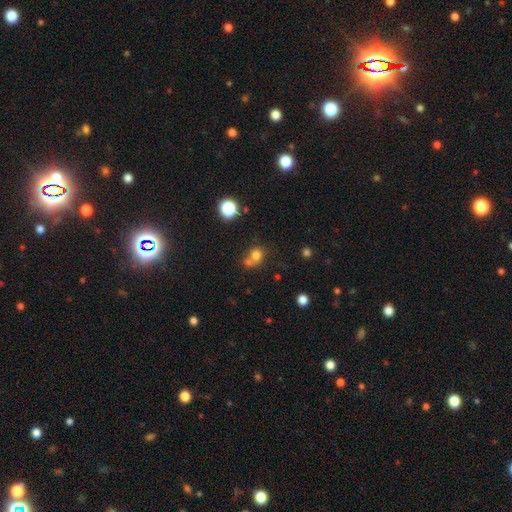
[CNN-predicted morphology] A smooth galaxy with no disk features (75%) that is round (72%).

Vote fractions:
- Smooth or featured? smooth: 75% / star or artifact: 15% / featured or disk: 10%
- How rounded? round: 72% / in between: 27% / cigar-shaped: 1%
- Merging? merger: 44% / none: 40% / minor disturbance: 10% / major disturbance: 5%